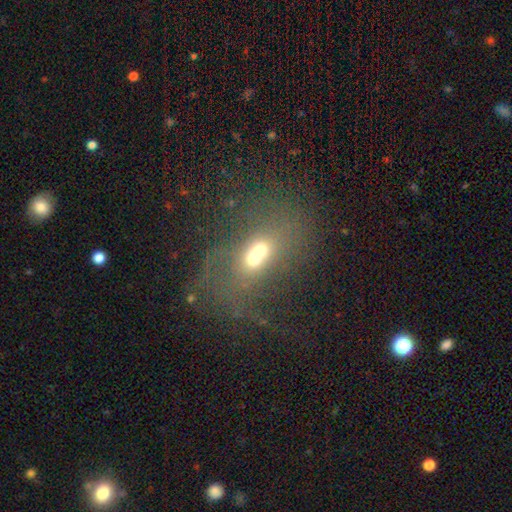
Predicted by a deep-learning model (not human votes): A smooth galaxy with no disk features (46%).

Vote fractions:
- Smooth or featured? smooth: 46% / featured or disk: 36% / star or artifact: 18%
- Merging? merger: 71% / none: 15% / major disturbance: 8% / minor disturbance: 6%